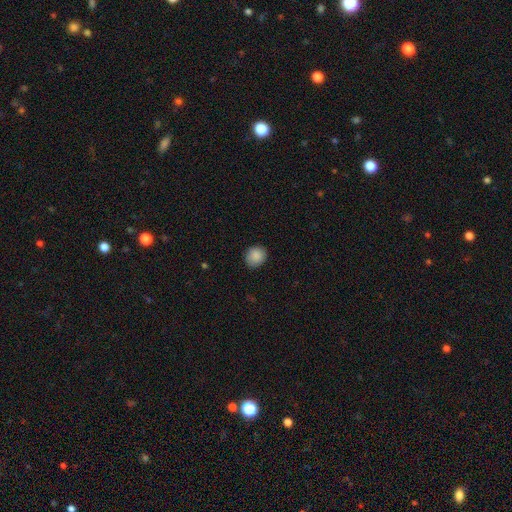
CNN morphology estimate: The model was most divided on "how rounded": round: 77%, in between: 22%, cigar-shaped: 1%. More confident: smooth or featured — smooth (88%); merging — none (85%).